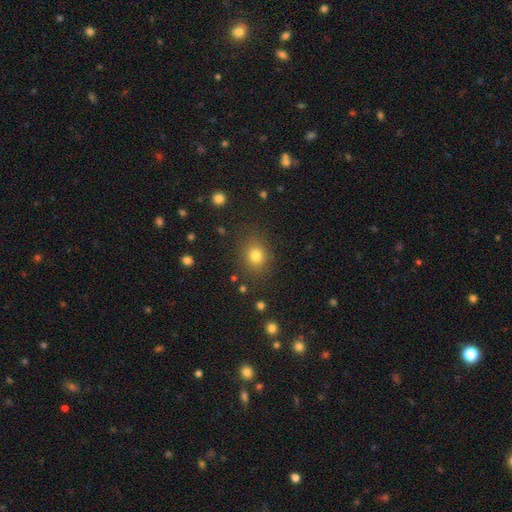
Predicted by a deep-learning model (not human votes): Smooth or featured? smooth (80%)
How rounded? round (71%)
Merging? none (84%)